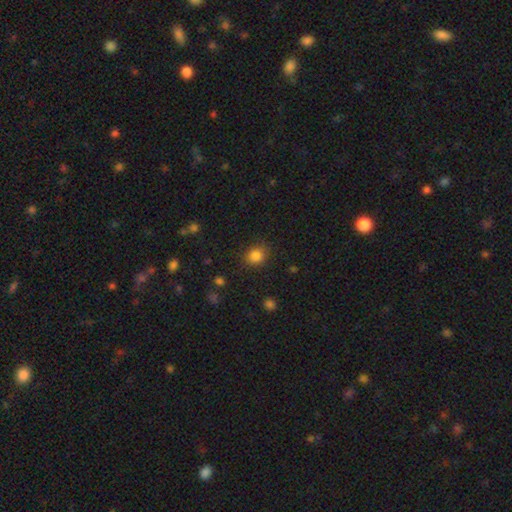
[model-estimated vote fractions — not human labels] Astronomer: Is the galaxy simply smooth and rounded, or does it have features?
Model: smooth — 83%.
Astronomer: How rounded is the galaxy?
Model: round — 73%.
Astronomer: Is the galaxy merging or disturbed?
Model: none — 85%.